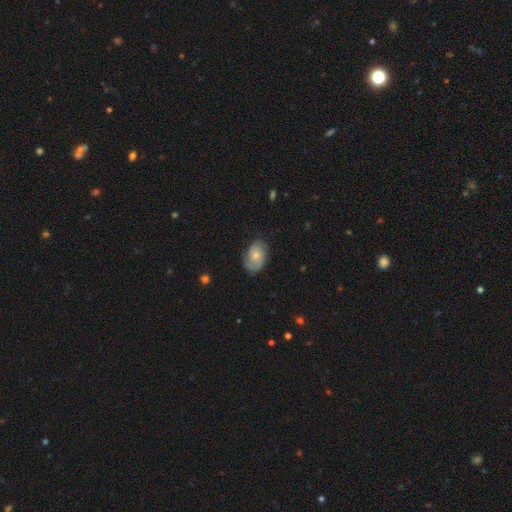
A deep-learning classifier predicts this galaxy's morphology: type=featured or disk (56%); edge-on=no (96%); bar=no (77%); spiral arms=yes (87%); bulge=small (51%); merging=none (68%).